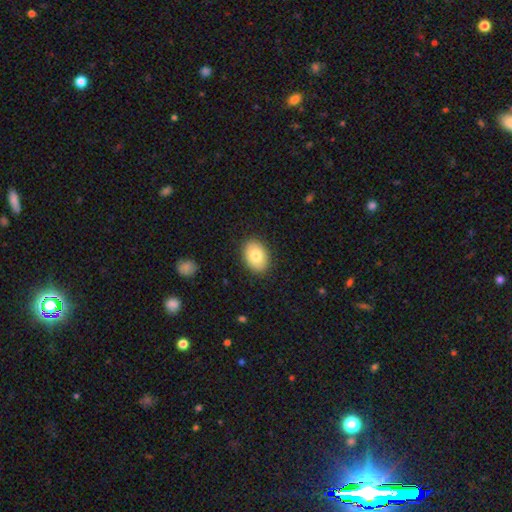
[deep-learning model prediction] A smooth galaxy with no disk features (81%) that is in between round and cigar-shaped (81%). Merging: none (88%).